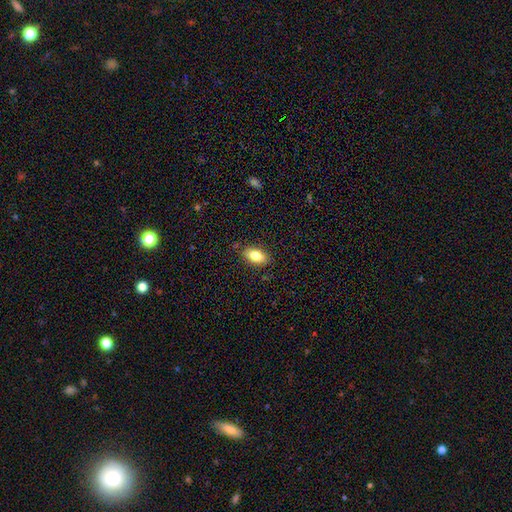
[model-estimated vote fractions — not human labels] Q: Smooth or featured?
A: smooth (79%); runner-up: featured or disk (13%)
Q: How rounded?
A: in between (88%); runner-up: cigar-shaped (7%)
Q: Merging?
A: none (86%); runner-up: minor disturbance (10%)